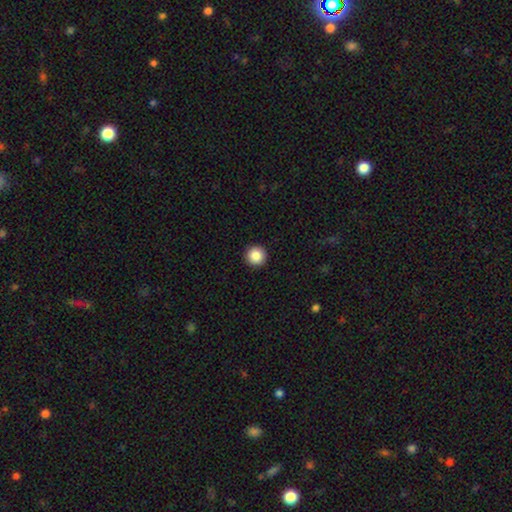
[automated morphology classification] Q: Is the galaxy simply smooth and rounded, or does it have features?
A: smooth — 87%.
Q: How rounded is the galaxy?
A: round — 96%.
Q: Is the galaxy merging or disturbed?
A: none — 93%.